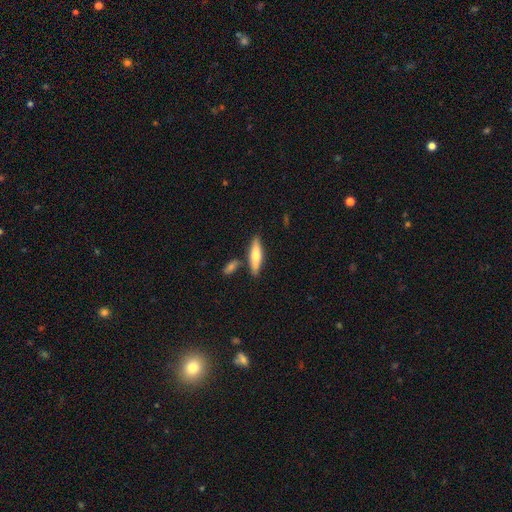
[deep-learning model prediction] Smooth or featured? smooth (67%)
How rounded? cigar-shaped (67%)
Merging? none (76%)